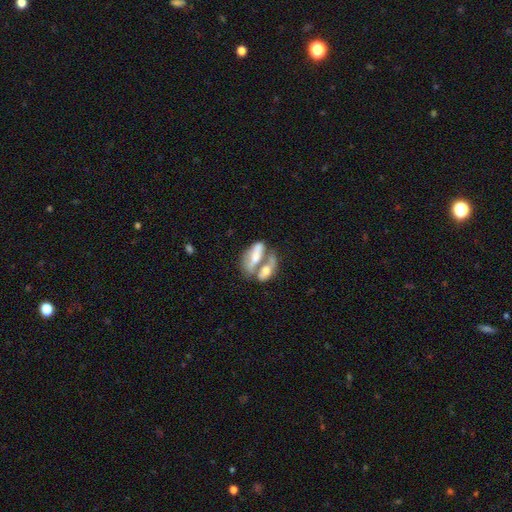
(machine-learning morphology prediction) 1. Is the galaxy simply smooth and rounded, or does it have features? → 49% featured or disk, 43% smooth, 8% star or artifact.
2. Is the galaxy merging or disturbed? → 64% merger, 20% none, 8% minor disturbance, 8% major disturbance.